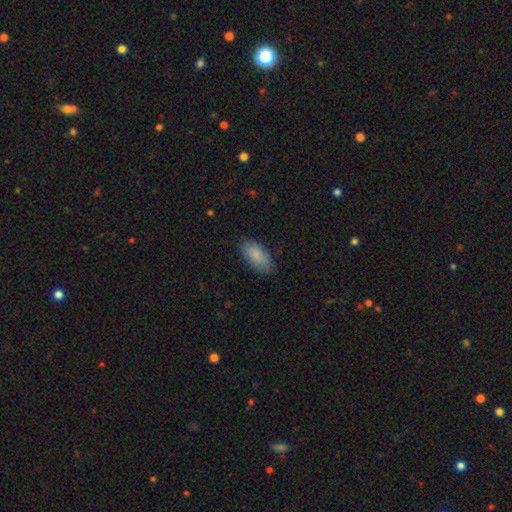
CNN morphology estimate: This is clearly a smooth galaxy (87%). How rounded: clearly in between (90%). Merging: clearly none (85%).